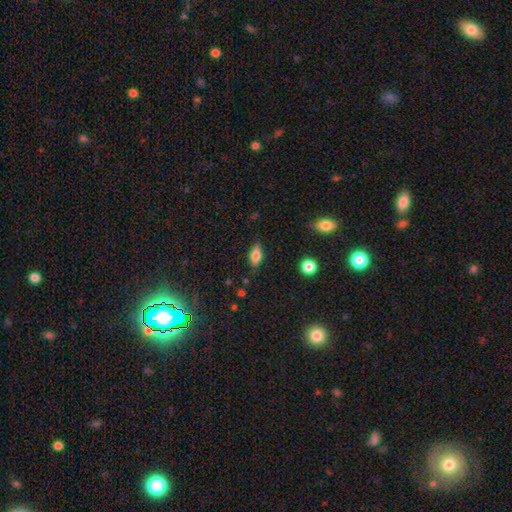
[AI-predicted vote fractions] smooth 62%, featured or disk 29%, star or artifact 9%. Down the decision tree: how rounded — in between (75%); merging — none (82%).